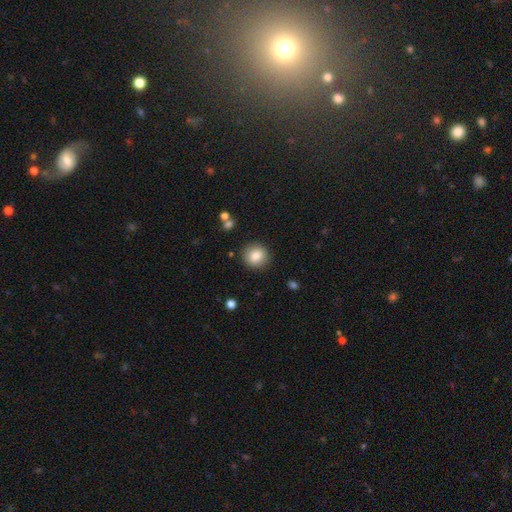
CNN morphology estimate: Smooth or featured? Predicted: smooth (p=0.85). How rounded? Predicted: round (p=0.89). Merging? Predicted: none (p=0.89).